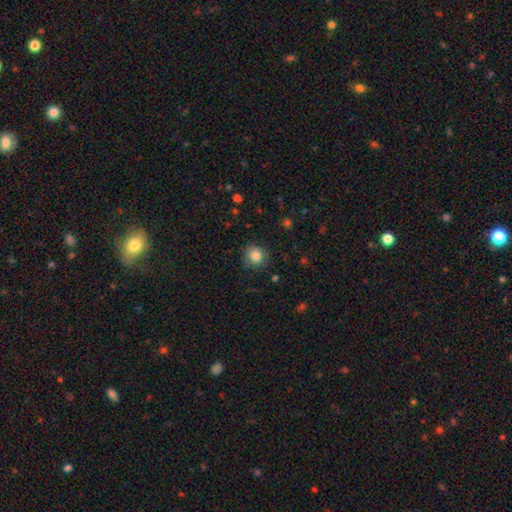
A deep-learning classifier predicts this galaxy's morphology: Q: Smooth or featured?
A: smooth (83%); runner-up: star or artifact (10%)
Q: How rounded?
A: round (84%); runner-up: in between (15%)
Q: Merging?
A: none (79%); runner-up: minor disturbance (16%)